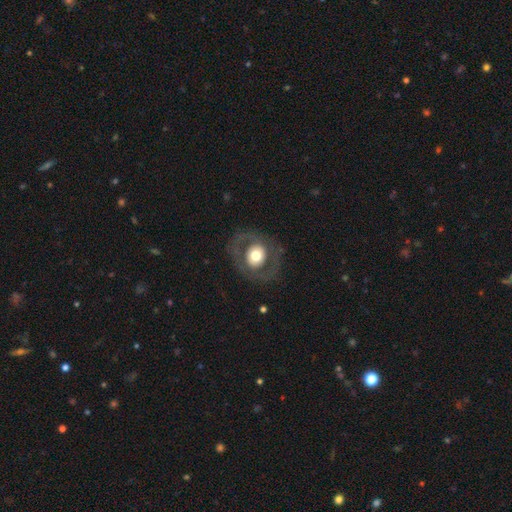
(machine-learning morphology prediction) Smooth or featured? Predicted: featured or disk (p=0.48). Merging? Predicted: none (p=0.78).